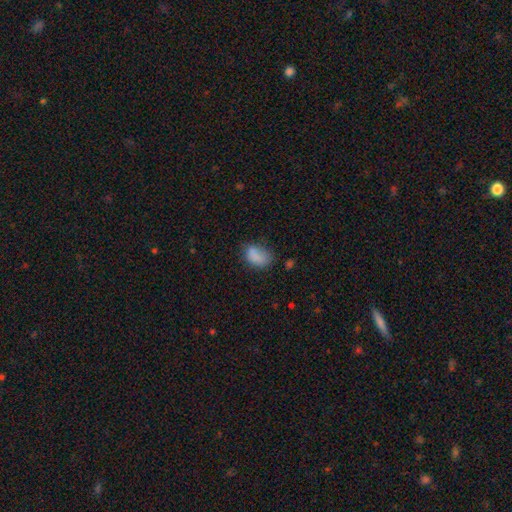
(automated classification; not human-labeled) A smooth galaxy with no disk features (81%) that is in between round and cigar-shaped (86%).

Vote fractions:
- Smooth or featured? smooth: 81% / star or artifact: 10% / featured or disk: 8%
- How rounded? in between: 86% / round: 12% / cigar-shaped: 2%
- Merging? none: 49% / minor disturbance: 31% / major disturbance: 15% / merger: 4%